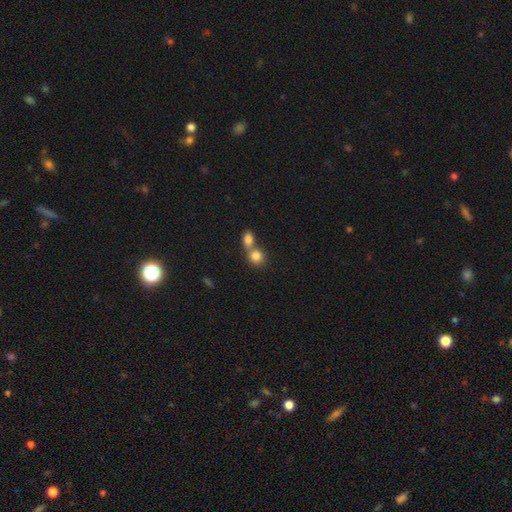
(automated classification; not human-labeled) This is clearly a smooth galaxy (82%). How rounded: likely round (74%). Merging: likely merger (60%).